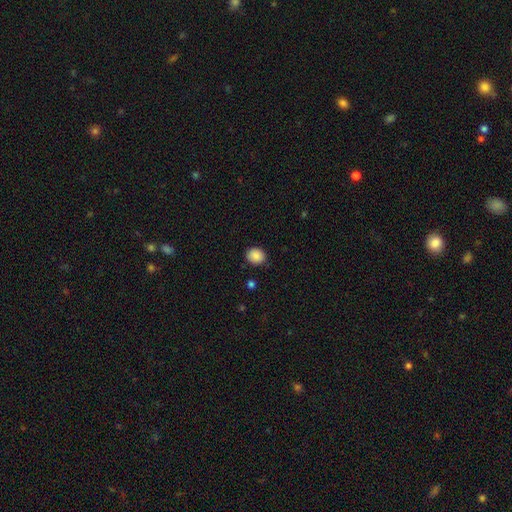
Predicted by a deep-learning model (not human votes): Morphology: type=smooth (88%); roundness=round (67%); merging=none (85%).